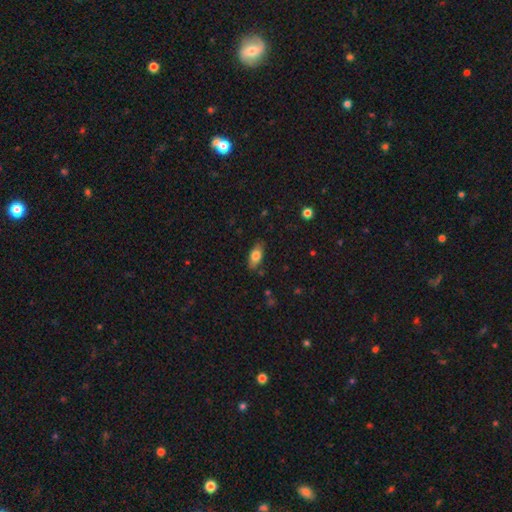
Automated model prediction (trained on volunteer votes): Smooth or featured? Predicted: smooth (p=0.77). How rounded? Predicted: in between (p=0.85). Merging? Predicted: none (p=0.83).